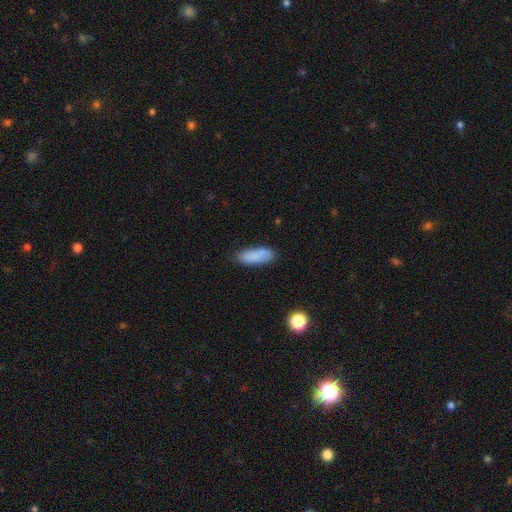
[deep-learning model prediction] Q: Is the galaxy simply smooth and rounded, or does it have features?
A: smooth — 85%.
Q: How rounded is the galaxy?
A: in between — 71%.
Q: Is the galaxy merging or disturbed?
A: none — 77%.